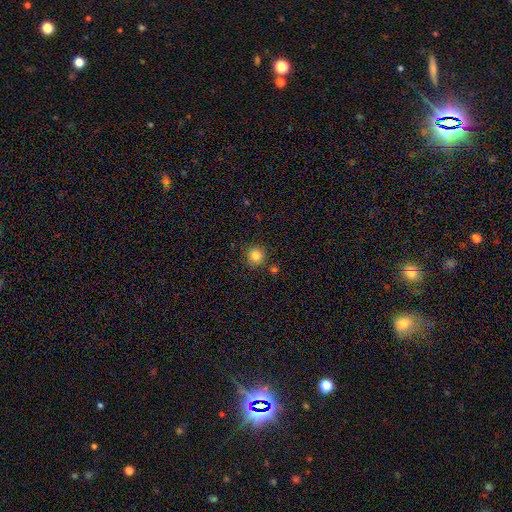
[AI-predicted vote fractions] A smooth galaxy with no disk features (84%) that is round (93%). Merging: none (83%).